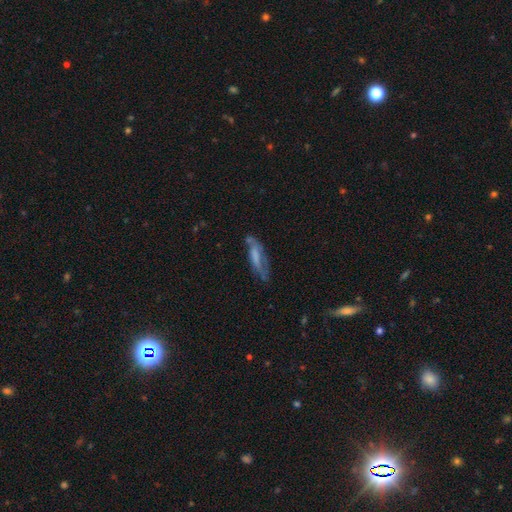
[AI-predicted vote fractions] Smooth or featured? Predicted: featured or disk (p=0.49). Merging? Predicted: none (p=0.52).